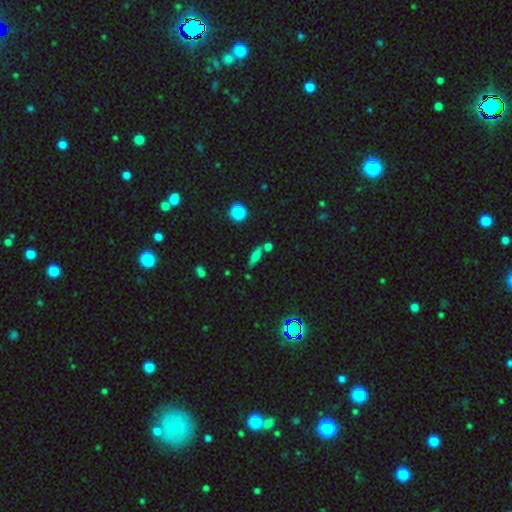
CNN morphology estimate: Q: Smooth or featured?
A: smooth (60%); runner-up: featured or disk (23%)
Q: How rounded?
A: in between (47%); runner-up: cigar-shaped (45%)
Q: Merging?
A: none (63%); runner-up: merger (19%)